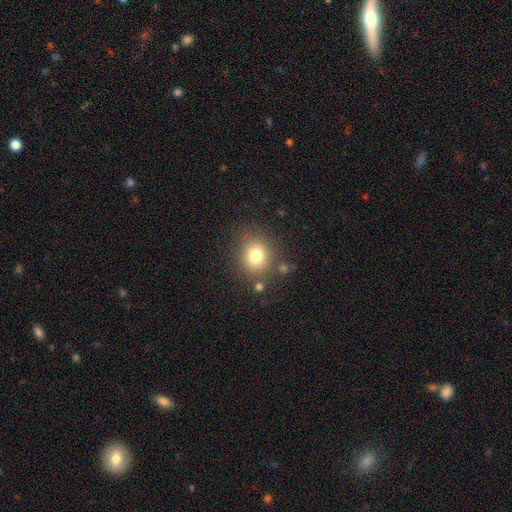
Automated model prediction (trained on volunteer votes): This is likely a smooth galaxy (77%). How rounded: likely round (77%). Merging: likely none (80%).